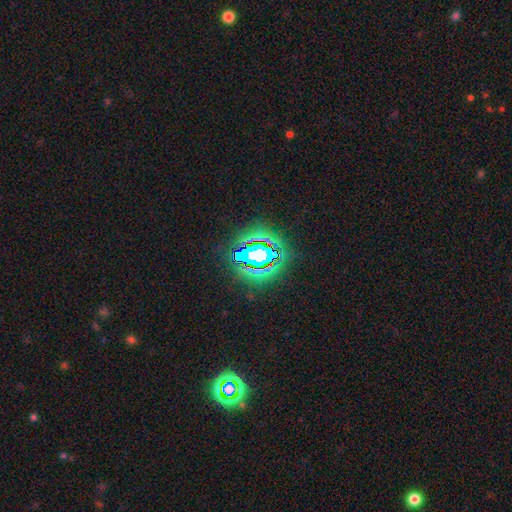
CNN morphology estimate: Smooth or featured: star or artifact — 75% (smooth — 13%)